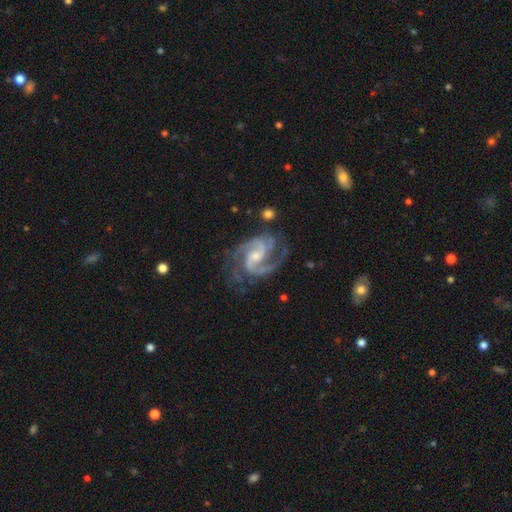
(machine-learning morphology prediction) Q: Smooth or featured?
A: featured or disk (93%); runner-up: star or artifact (4%)
Q: Edge-on disk?
A: no (98%); runner-up: yes (2%)
Q: Bar?
A: weak (49%); runner-up: no (33%)
Q: Spiral arms?
A: yes (99%); runner-up: no (1%)
Q: Spiral winding?
A: medium (59%); runner-up: tight (29%)
Q: Spiral arm count?
A: 2 (72%); runner-up: 3 (17%)
Q: Bulge size?
A: small (47%); runner-up: moderate (42%)
Q: Merging?
A: none (69%); runner-up: minor disturbance (19%)